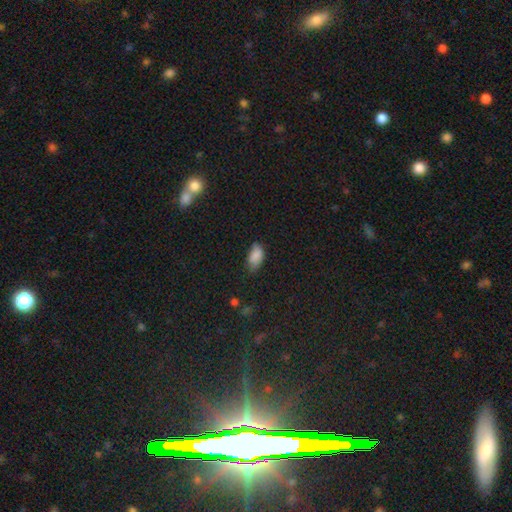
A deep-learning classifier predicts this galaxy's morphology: A smooth galaxy with no disk features (86%) that is in between round and cigar-shaped (92%).

Vote fractions:
- Smooth or featured? smooth: 86% / star or artifact: 8% / featured or disk: 5%
- How rounded? in between: 92% / round: 6% / cigar-shaped: 2%
- Merging? none: 60% / minor disturbance: 32% / major disturbance: 6% / merger: 2%